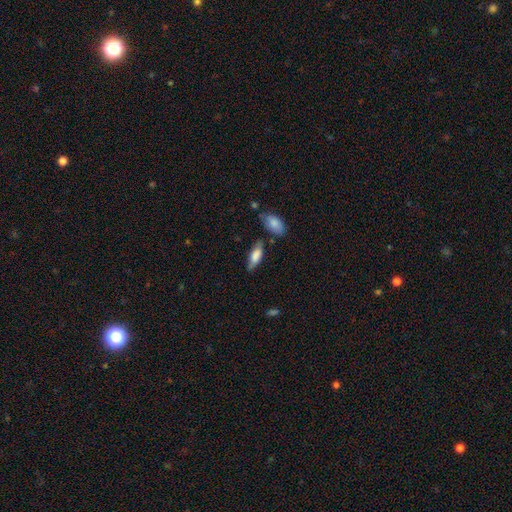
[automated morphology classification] Smooth or featured?
  - smooth: 75% *
  - featured or disk: 19%
  - star or artifact: 6%
How rounded?
  - in between: 69% *
  - cigar-shaped: 28%
  - round: 2%
Merging?
  - none: 64% *
  - minor disturbance: 23%
  - merger: 7%
  - major disturbance: 6%